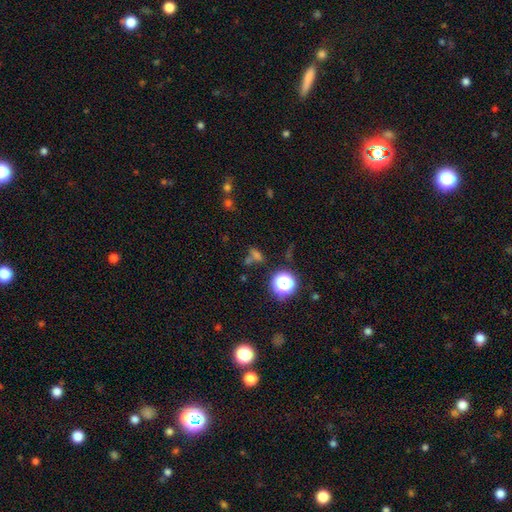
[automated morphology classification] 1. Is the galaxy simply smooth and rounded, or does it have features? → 47% star or artifact, 41% smooth, 12% featured or disk.